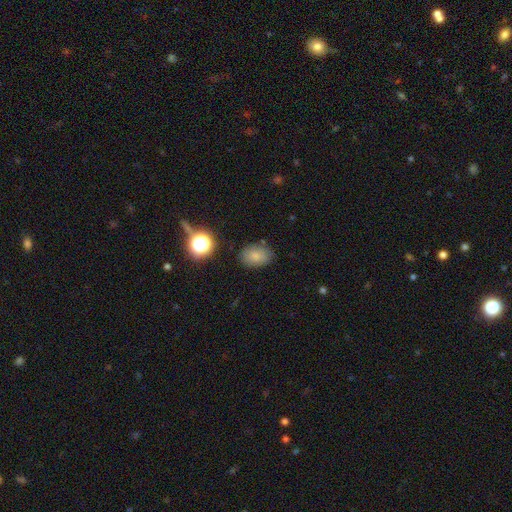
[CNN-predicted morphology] A smooth galaxy with no disk features (77%) that is in between round and cigar-shaped (76%). Merging: none (79%).